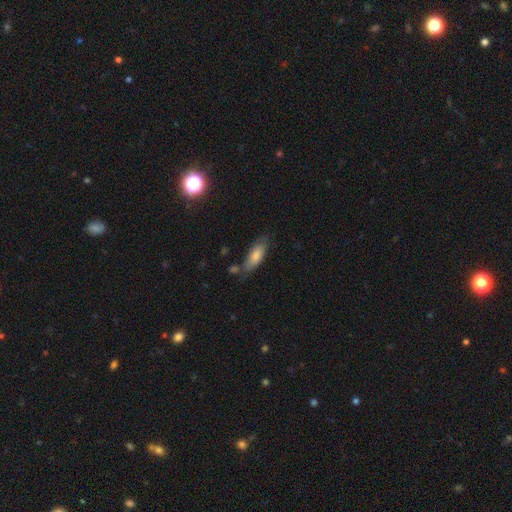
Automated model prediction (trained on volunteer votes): Overall: smooth (79%). How rounded: in between (67%; cigar-shaped 31%). Merging: none (62%; minor disturbance 23%).